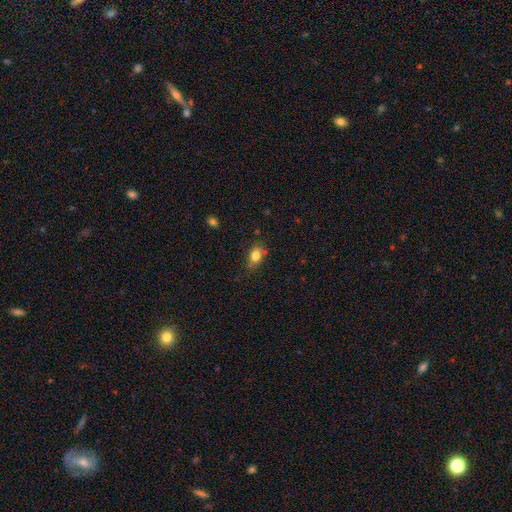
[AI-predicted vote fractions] Overall: smooth (80%). How rounded: in between (74%). Merging: none (66%).